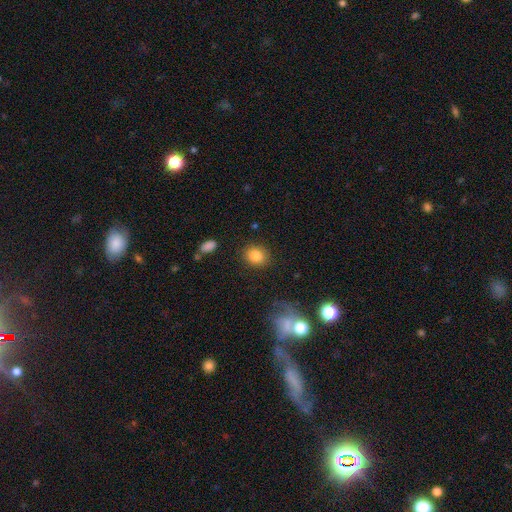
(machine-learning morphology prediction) A smooth galaxy with no disk features (84%) that is round (64%).

Vote fractions:
- Smooth or featured? smooth: 84% / star or artifact: 9% / featured or disk: 7%
- How rounded? round: 64% / in between: 34% / cigar-shaped: 1%
- Merging? none: 85% / minor disturbance: 9% / major disturbance: 3% / merger: 2%